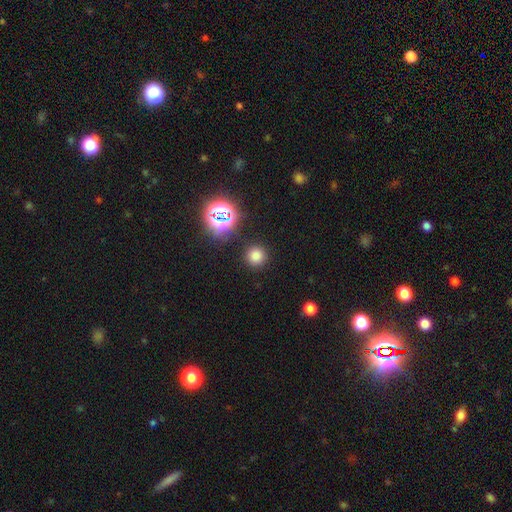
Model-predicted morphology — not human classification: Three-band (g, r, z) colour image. It shows a smooth galaxy with no disk features (74%) that is round (94%). Merging: none (89%).